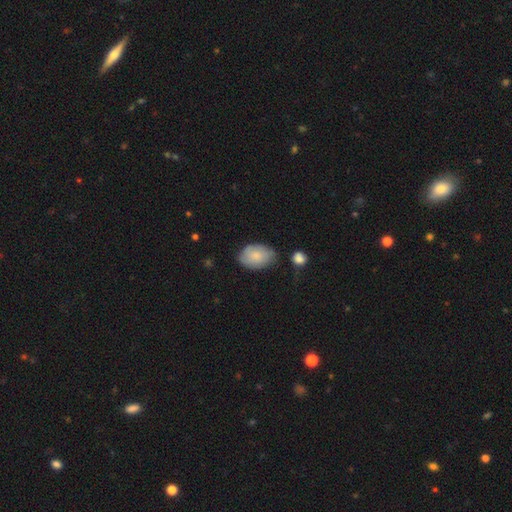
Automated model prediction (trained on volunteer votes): This appears to be a smooth galaxy with no disk features (79%) that is in between round and cigar-shaped (85%). Merging: none (64%).